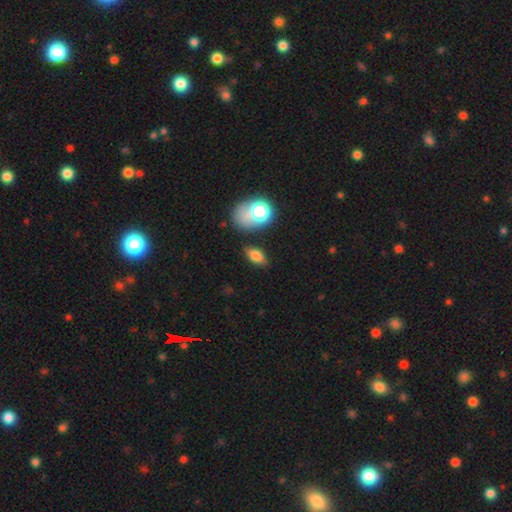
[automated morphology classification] smooth_or_featured: smooth (p=0.71) [alt: featured or disk p=0.16]
how_rounded: in between (p=0.82) [alt: round p=0.11]
merging: none (p=0.77) [alt: minor disturbance p=0.13]